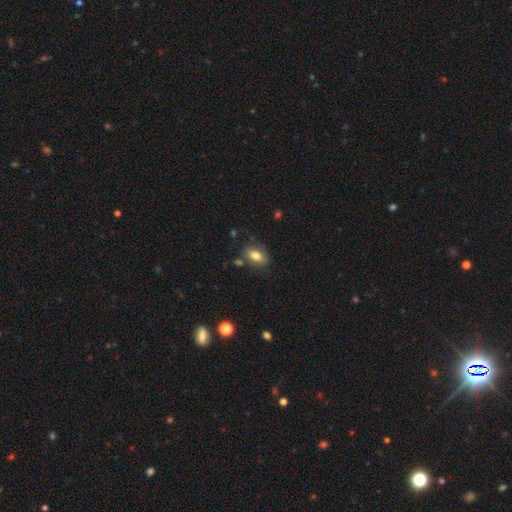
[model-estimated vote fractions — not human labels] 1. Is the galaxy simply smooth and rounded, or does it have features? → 79% smooth, 13% featured or disk, 8% star or artifact.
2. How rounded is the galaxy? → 86% in between, 9% round, 5% cigar-shaped.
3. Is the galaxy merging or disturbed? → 76% none, 15% minor disturbance, 5% merger, 4% major disturbance.